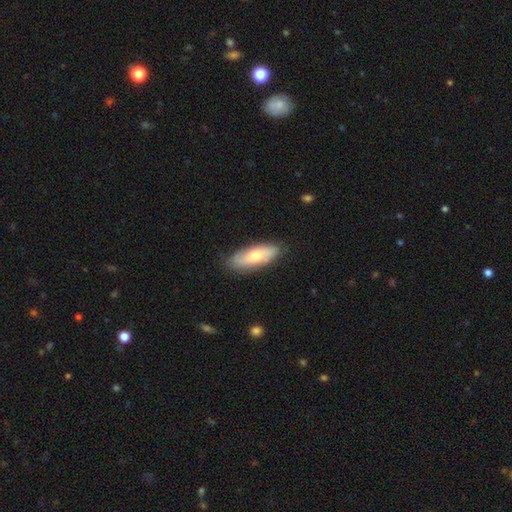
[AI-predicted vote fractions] This is possibly a smooth galaxy (55%). How rounded: likely in between (71%). Merging: clearly none (82%).